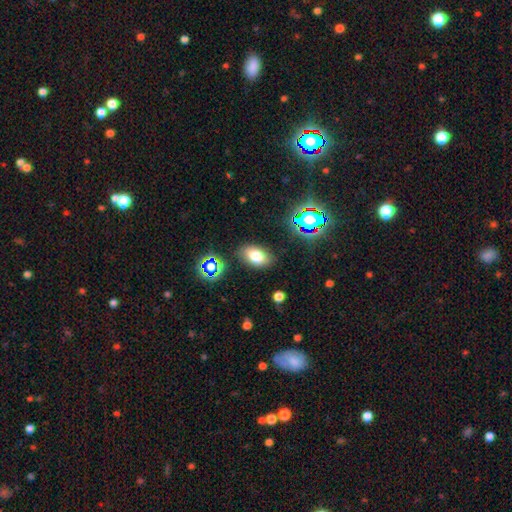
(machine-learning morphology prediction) smooth_or_featured: smooth (p=0.75) [alt: star or artifact p=0.14]
how_rounded: in between (p=0.89) [alt: round p=0.10]
merging: none (p=0.84) [alt: minor disturbance p=0.11]